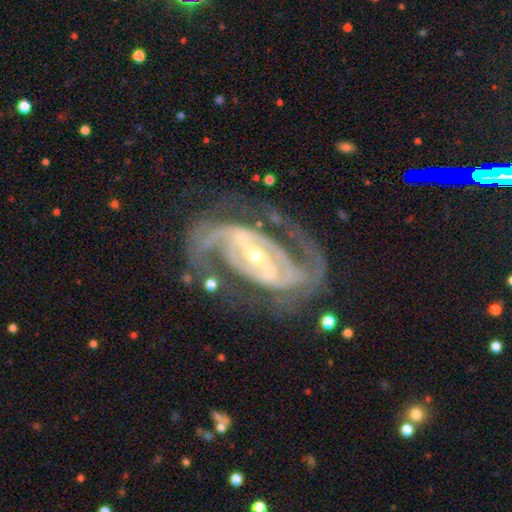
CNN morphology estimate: Smooth or featured: featured or disk — 91% (star or artifact — 5%)
Edge-on disk: no — 96% (yes — 4%)
Bar: strong — 60% (weak — 28%)
Spiral arms: yes — 96% (no — 4%)
Spiral winding: medium — 48% (tight — 38%)
Spiral arm count: 2 — 79% (can't tell — 7%)
Bulge size: small — 63% (moderate — 32%)
Merging: none — 66% (minor disturbance — 16%)